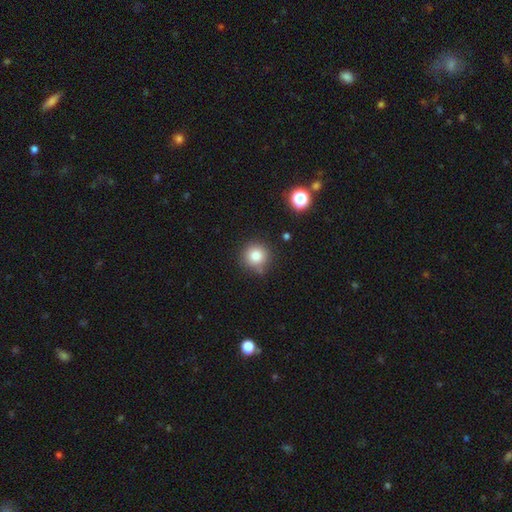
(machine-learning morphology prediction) This appears to be a smooth galaxy with no disk features (83%) that is round (93%). Merging: none (78%).